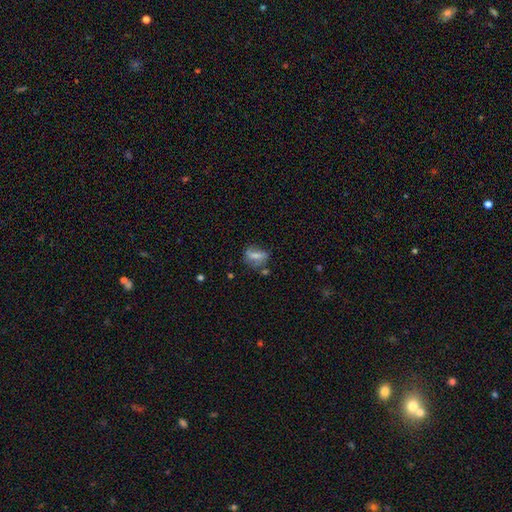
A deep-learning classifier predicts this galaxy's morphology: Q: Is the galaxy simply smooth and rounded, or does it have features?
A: smooth — 53%.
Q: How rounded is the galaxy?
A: in between — 67%.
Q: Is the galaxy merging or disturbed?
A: none — 49%.